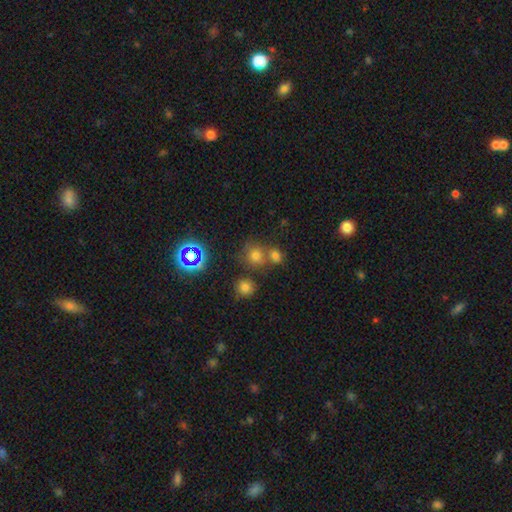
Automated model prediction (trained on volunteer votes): Q: Smooth or featured?
A: smooth (65%); runner-up: star or artifact (27%)
Q: How rounded?
A: round (82%); runner-up: in between (16%)
Q: Merging?
A: none (55%); runner-up: merger (32%)